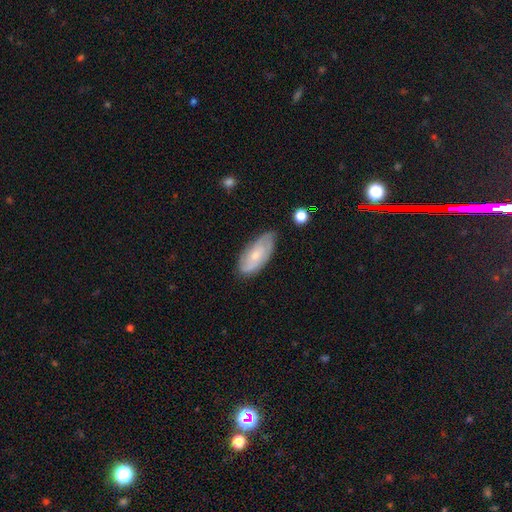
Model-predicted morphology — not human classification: type=featured or disk (51%); edge-on=no (91%); merging=none (69%).